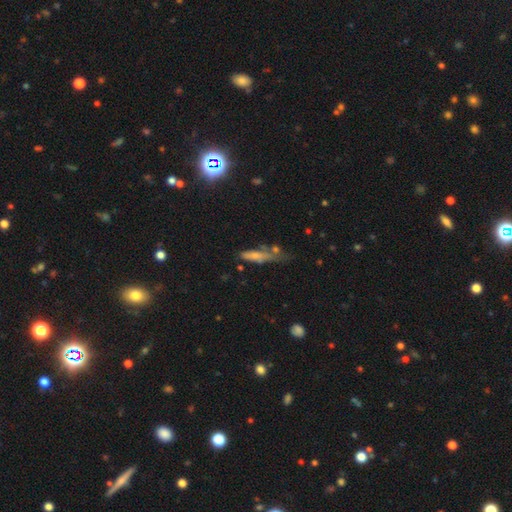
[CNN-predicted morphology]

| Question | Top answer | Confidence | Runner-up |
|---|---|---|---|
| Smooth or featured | smooth | 65% | featured or disk (25%) |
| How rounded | cigar-shaped | 70% | in between (27%) |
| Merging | none | 38% | minor disturbance (27%) |